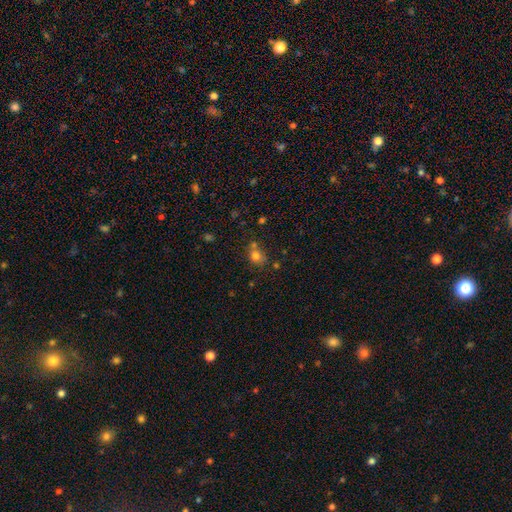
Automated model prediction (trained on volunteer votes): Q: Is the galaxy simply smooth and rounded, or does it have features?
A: smooth — 76%.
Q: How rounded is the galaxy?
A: round — 63%.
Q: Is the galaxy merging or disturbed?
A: none — 53%.